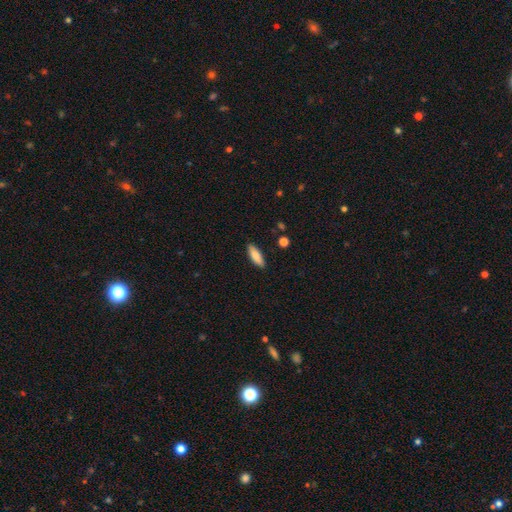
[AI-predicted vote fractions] A smooth galaxy with no disk features (82%) that is in between round and cigar-shaped (55%).

Vote fractions:
- Smooth or featured? smooth: 82% / featured or disk: 12% / star or artifact: 6%
- How rounded? in between: 55% / cigar-shaped: 43% / round: 2%
- Merging? none: 88% / minor disturbance: 9% / major disturbance: 2% / merger: 1%